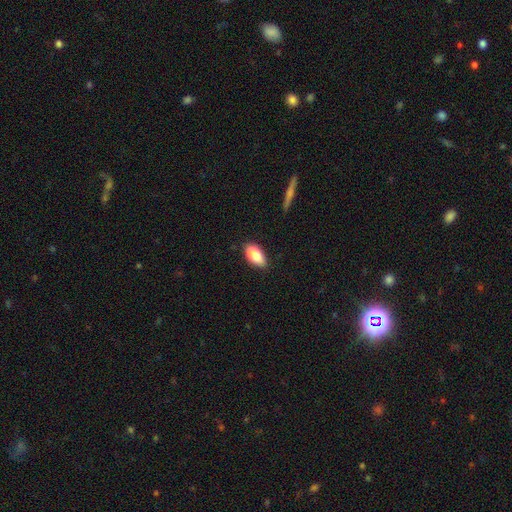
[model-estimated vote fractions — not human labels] This appears to be a smooth galaxy with no disk features (86%) that is in between round and cigar-shaped (89%). Merging: none (78%).